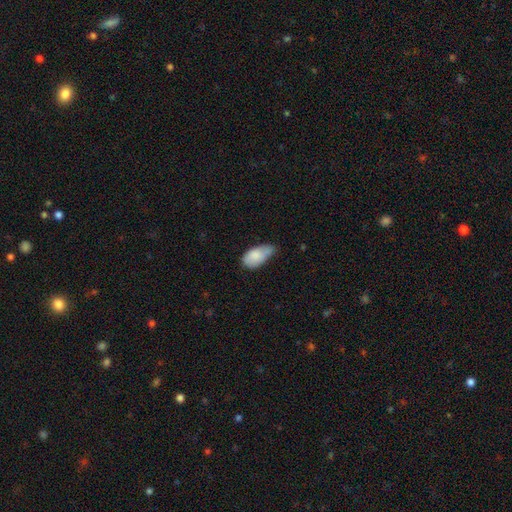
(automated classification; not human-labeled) smooth_or_featured: smooth (p=0.81) [alt: featured or disk p=0.12]
how_rounded: in between (p=0.93) [alt: round p=0.04]
merging: minor disturbance (p=0.51) [alt: none p=0.31]